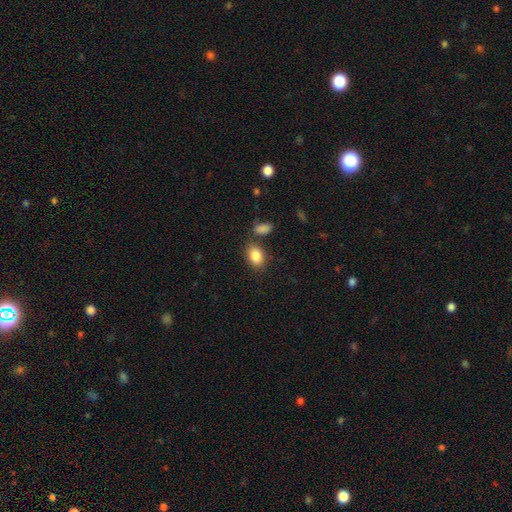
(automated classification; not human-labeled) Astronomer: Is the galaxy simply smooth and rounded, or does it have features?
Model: smooth — 86%.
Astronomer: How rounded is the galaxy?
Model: in between — 85%.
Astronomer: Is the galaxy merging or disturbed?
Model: none — 73%.